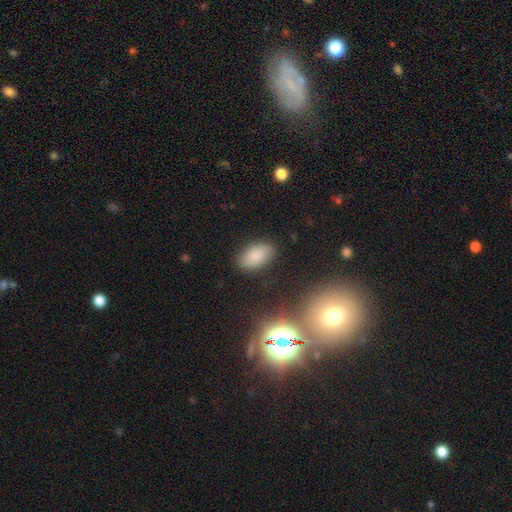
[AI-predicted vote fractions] Morphology: type=smooth (85%); roundness=in between (93%); merging=none (85%).